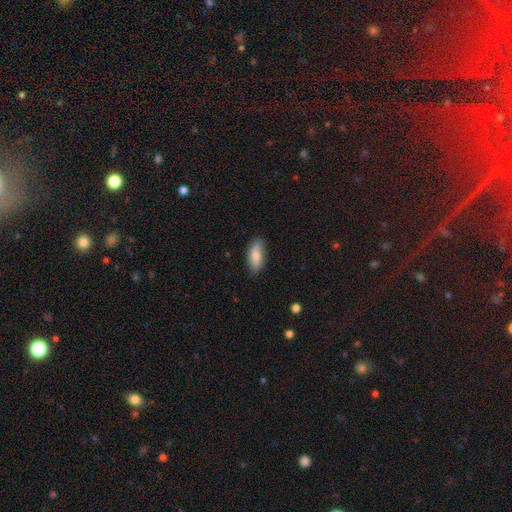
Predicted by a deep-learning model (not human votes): Q: Smooth or featured?
A: smooth (80%); runner-up: featured or disk (14%)
Q: How rounded?
A: in between (80%); runner-up: cigar-shaped (18%)
Q: Merging?
A: none (82%); runner-up: minor disturbance (14%)